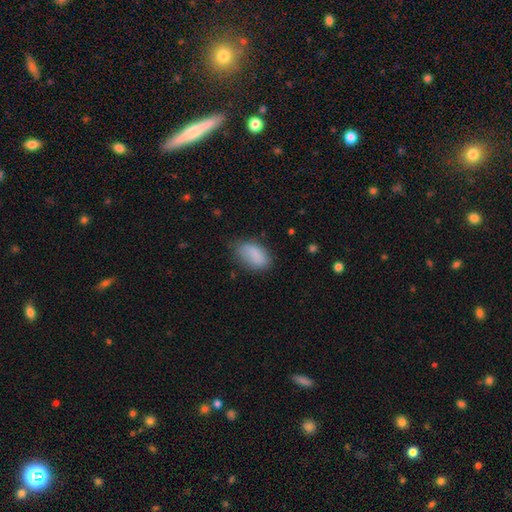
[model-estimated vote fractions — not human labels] smooth 84%, featured or disk 9%, star or artifact 7%. Down the decision tree: how rounded — in between (92%); merging — none (62%).